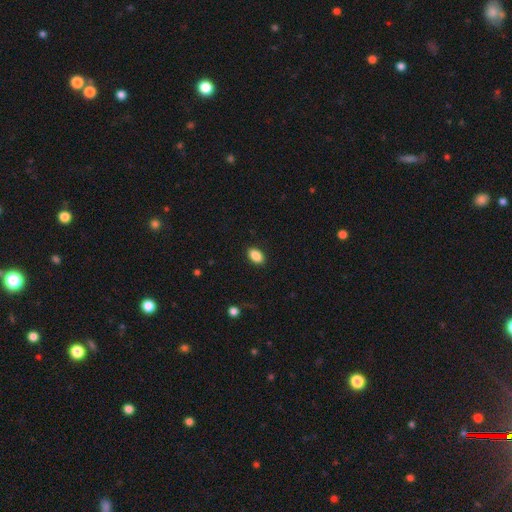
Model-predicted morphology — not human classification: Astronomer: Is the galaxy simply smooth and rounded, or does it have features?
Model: smooth — 88%.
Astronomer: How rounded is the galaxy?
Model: in between — 91%.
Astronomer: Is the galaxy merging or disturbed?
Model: none — 90%.